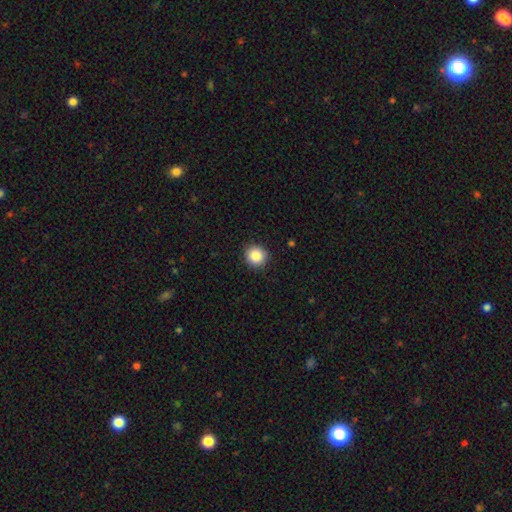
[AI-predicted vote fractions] The model was most divided on "smooth or featured": smooth: 86%, star or artifact: 10%, featured or disk: 5%. More confident: how rounded — round (91%); merging — none (91%).